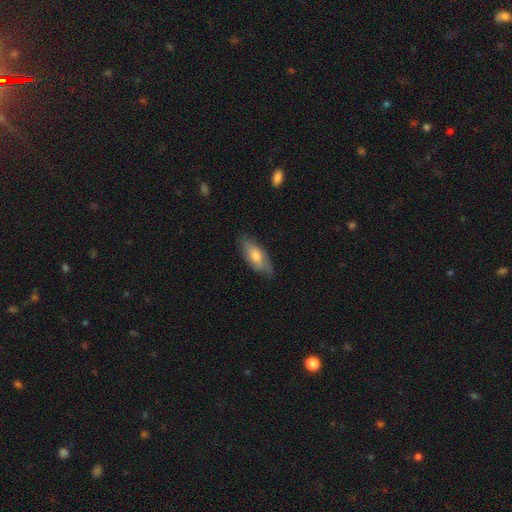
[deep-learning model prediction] Smooth or featured?
  - smooth: 62% *
  - featured or disk: 32%
  - star or artifact: 6%
How rounded?
  - in between: 77% *
  - cigar-shaped: 21%
  - round: 3%
Merging?
  - none: 72% *
  - minor disturbance: 23%
  - major disturbance: 4%
  - merger: 1%